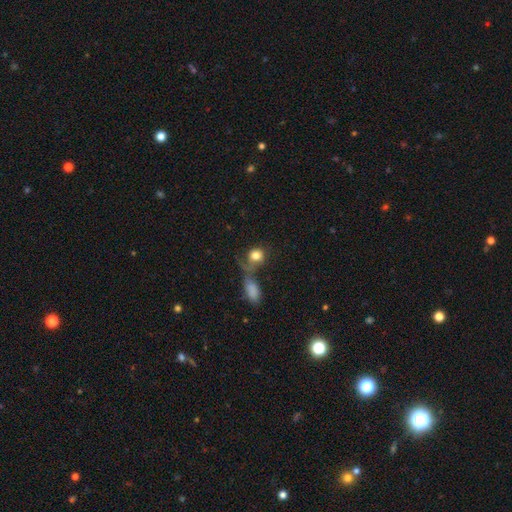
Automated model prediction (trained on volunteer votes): smooth-or-featured: smooth: 80% | featured or disk: 12% | star or artifact: 8%
  how-rounded: round: 70% | in between: 28% | cigar-shaped: 2%
  merging: merger: 37% | none: 34% | major disturbance: 16% | minor disturbance: 13%